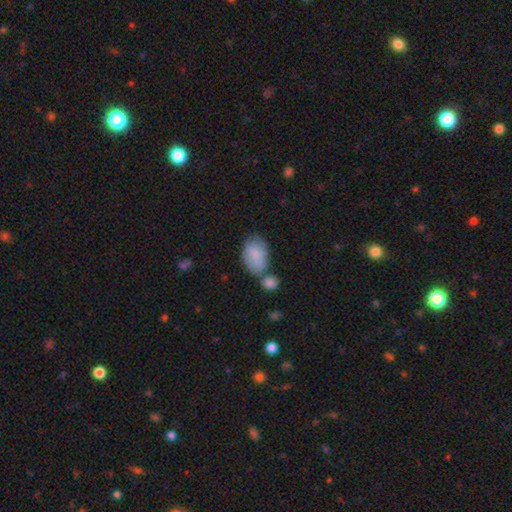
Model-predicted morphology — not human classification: Smooth or featured: smooth — 80% (featured or disk — 14%)
How rounded: in between — 88% (round — 11%)
Merging: none — 45% (merger — 27%)